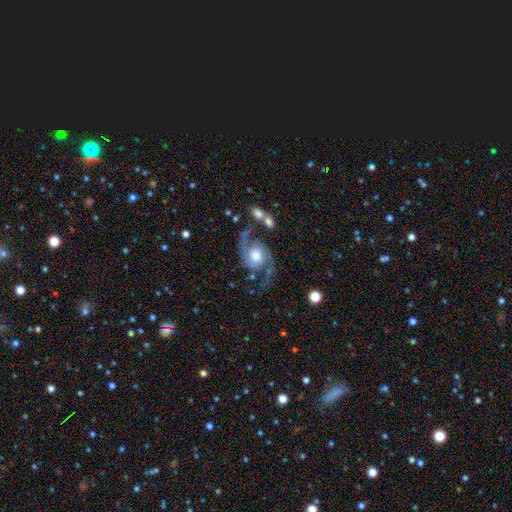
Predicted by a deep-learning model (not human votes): Smooth or featured: featured or disk — 88% (smooth — 7%)
Edge-on disk: no — 98% (yes — 2%)
Bar: no — 72% (weak — 23%)
Spiral arms: yes — 97% (no — 3%)
Spiral winding: loose — 53% (medium — 39%)
Spiral arm count: 2 — 94% (1 — 2%)
Bulge size: moderate — 49% (large — 36%)
Merging: none — 65% (minor disturbance — 16%)